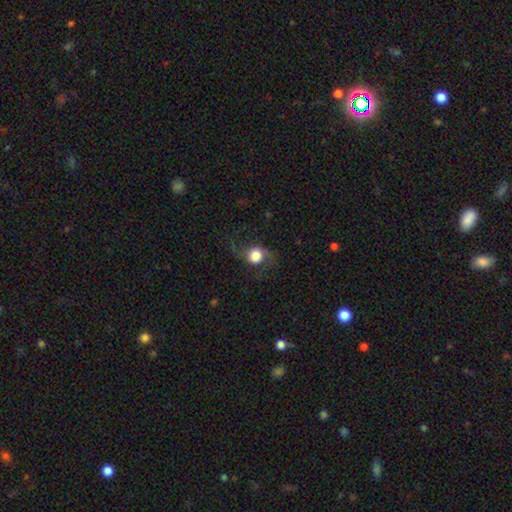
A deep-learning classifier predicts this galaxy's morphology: Q: Smooth or featured?
A: smooth (48%); runner-up: featured or disk (42%)
Q: Merging?
A: none (64%); runner-up: minor disturbance (18%)